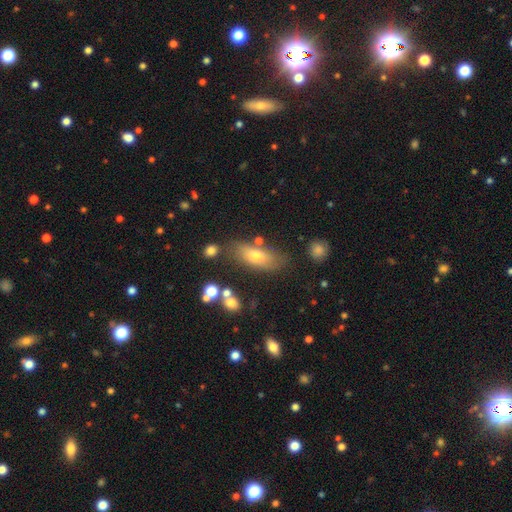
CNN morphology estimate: Q: Smooth or featured?
A: smooth (67%); runner-up: featured or disk (23%)
Q: How rounded?
A: in between (72%); runner-up: cigar-shaped (24%)
Q: Merging?
A: none (73%); runner-up: minor disturbance (15%)